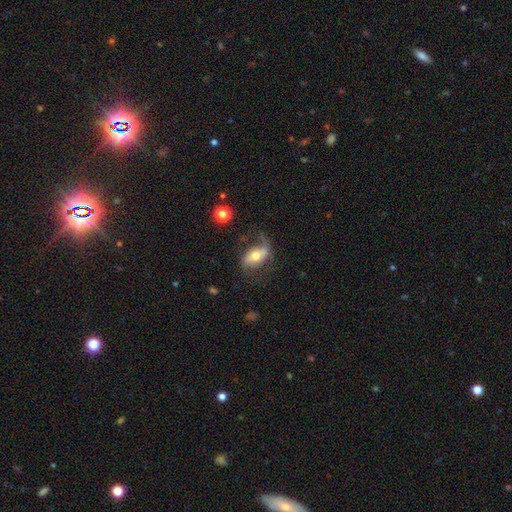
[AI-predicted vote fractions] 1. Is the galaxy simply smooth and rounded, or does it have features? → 53% featured or disk, 40% smooth, 7% star or artifact.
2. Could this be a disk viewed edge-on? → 89% no, 11% yes.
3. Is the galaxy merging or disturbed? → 49% none, 25% minor disturbance, 23% major disturbance, 3% merger.